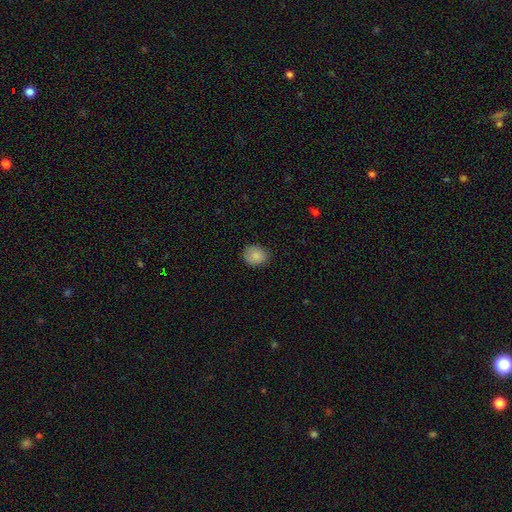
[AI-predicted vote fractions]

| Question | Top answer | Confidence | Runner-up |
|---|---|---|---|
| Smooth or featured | smooth | 86% | star or artifact (9%) |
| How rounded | round | 67% | in between (32%) |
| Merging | none | 82% | minor disturbance (14%) |